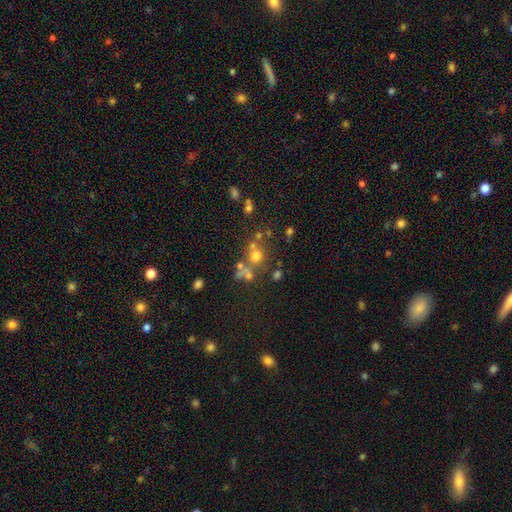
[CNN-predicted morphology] smooth-or-featured: smooth: 58% | star or artifact: 25% | featured or disk: 18%
  how-rounded: round: 84% | in between: 15% | cigar-shaped: 1%
  merging: none: 54% | merger: 28% | minor disturbance: 11% | major disturbance: 7%